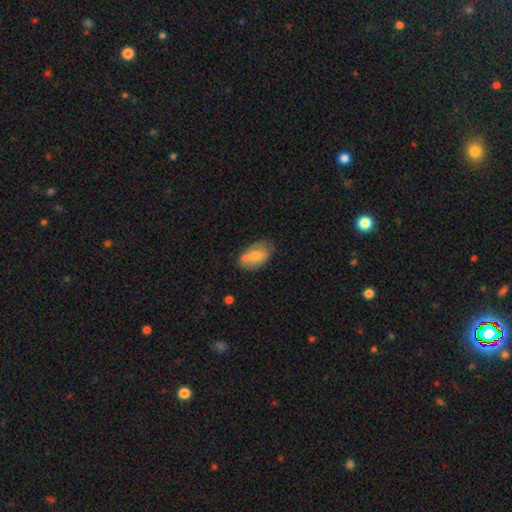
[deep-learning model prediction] Smooth or featured?
  - smooth: 71% *
  - featured or disk: 22%
  - star or artifact: 7%
How rounded?
  - in between: 91% *
  - round: 7%
  - cigar-shaped: 2%
Merging?
  - none: 57% *
  - minor disturbance: 21%
  - merger: 17%
  - major disturbance: 6%